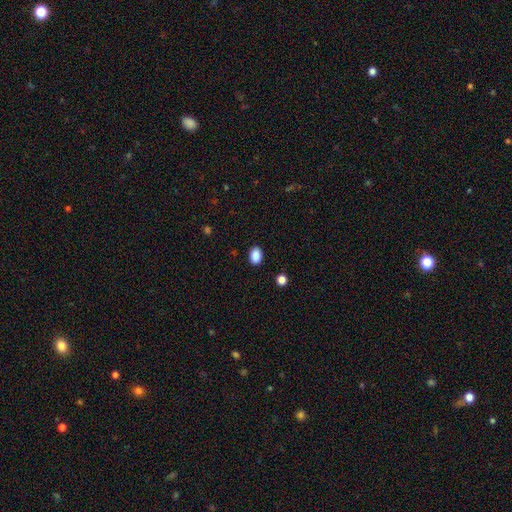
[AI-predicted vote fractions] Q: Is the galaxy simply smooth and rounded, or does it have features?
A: smooth — 89%.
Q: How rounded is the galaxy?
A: in between — 78%.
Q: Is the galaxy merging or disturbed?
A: none — 89%.